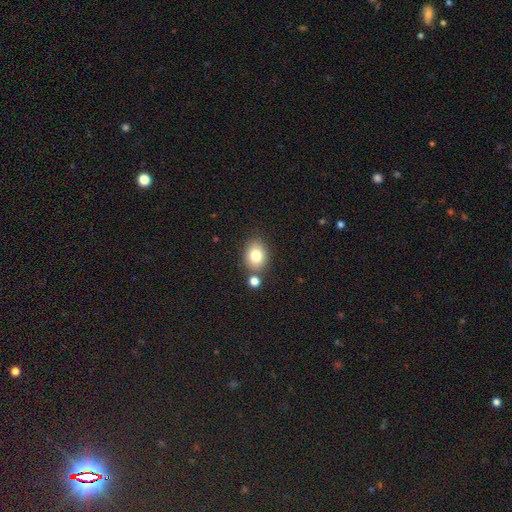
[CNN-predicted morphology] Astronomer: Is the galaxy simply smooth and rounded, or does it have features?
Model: smooth — 80%.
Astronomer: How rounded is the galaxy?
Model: in between — 53% (runner-up: round, 46%).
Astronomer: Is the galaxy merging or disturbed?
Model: none — 74%.